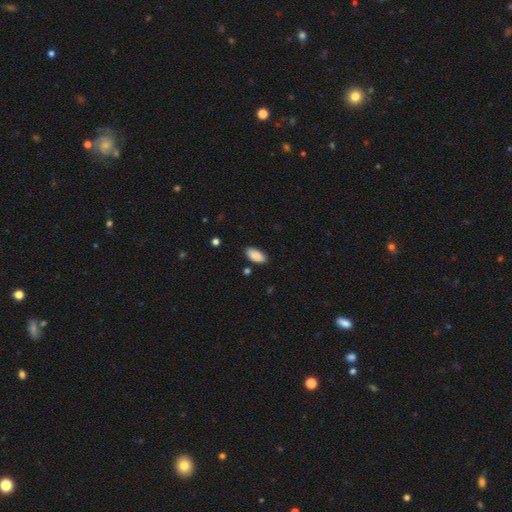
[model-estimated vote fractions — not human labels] smooth-or-featured: smooth: 88% | star or artifact: 7% | featured or disk: 5%
  how-rounded: in between: 94% | cigar-shaped: 4% | round: 2%
  merging: none: 85% | minor disturbance: 10% | major disturbance: 2% | merger: 2%